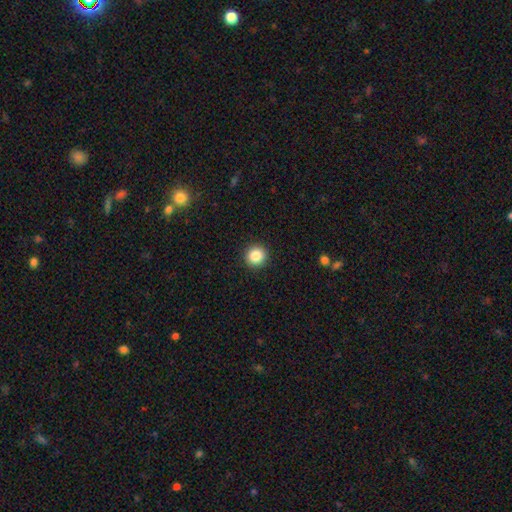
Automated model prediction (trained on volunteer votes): smooth-or-featured: smooth: 86% | star or artifact: 10% | featured or disk: 5%
  how-rounded: round: 94% | in between: 5% | cigar-shaped: 1%
  merging: none: 92% | minor disturbance: 5% | major disturbance: 2% | merger: 1%